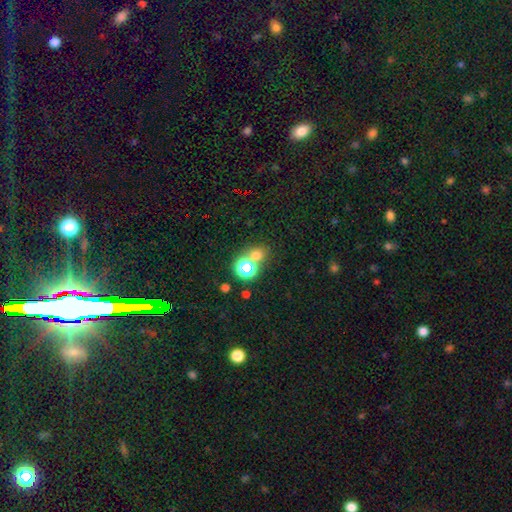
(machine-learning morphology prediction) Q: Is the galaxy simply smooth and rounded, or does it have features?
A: smooth — 61%.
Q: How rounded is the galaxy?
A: round — 81%.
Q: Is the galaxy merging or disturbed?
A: none — 62%.